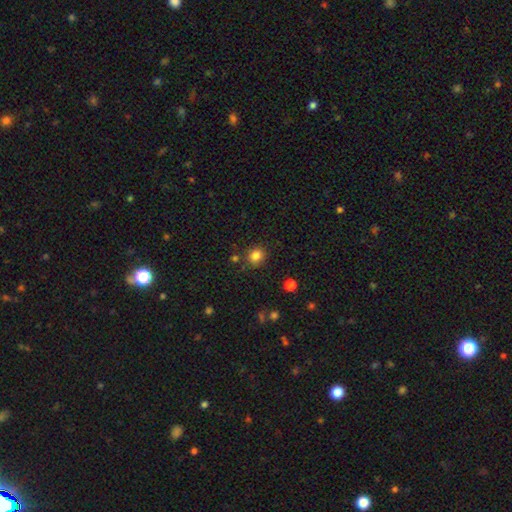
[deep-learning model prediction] A smooth galaxy with no disk features (84%) that is round (78%).

Vote fractions:
- Smooth or featured? smooth: 84% / star or artifact: 12% / featured or disk: 5%
- How rounded? round: 78% / in between: 21% / cigar-shaped: 1%
- Merging? none: 83% / minor disturbance: 10% / merger: 5% / major disturbance: 3%